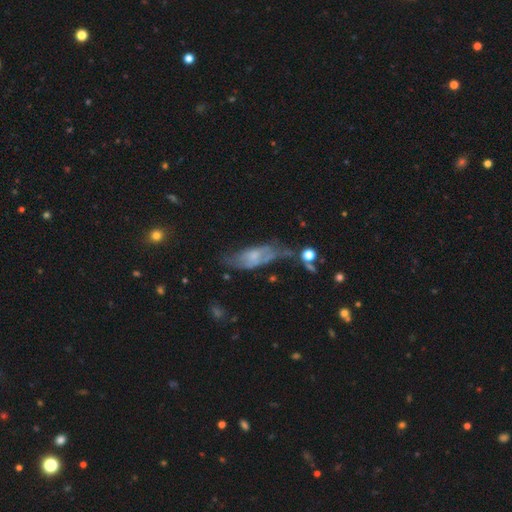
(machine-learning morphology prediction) Smooth or featured?
  - featured or disk: 51% *
  - smooth: 38%
  - star or artifact: 10%
Edge-on disk?
  - no: 77% *
  - yes: 23%
Merging?
  - none: 34% *
  - minor disturbance: 30%
  - major disturbance: 28%
  - merger: 9%